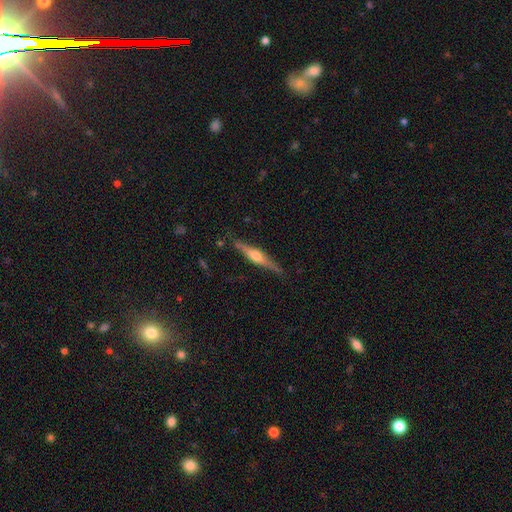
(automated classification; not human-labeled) Smooth or featured? Predicted: featured or disk (p=0.70). Edge-on disk? Predicted: yes (p=0.97). Edge-on bulge? Predicted: rounded (p=0.86). Merging? Predicted: none (p=0.83).